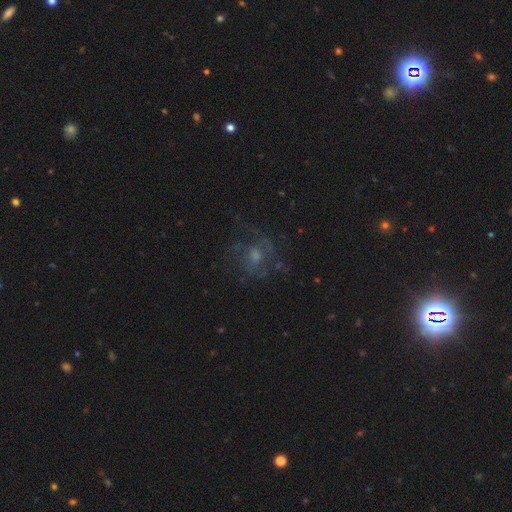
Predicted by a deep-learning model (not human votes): Smooth or featured?
  - featured or disk: 60% *
  - smooth: 25%
  - star or artifact: 15%
Edge-on disk?
  - no: 97% *
  - yes: 3%
Bar?
  - no: 75% *
  - weak: 22%
  - strong: 3%
Spiral arms?
  - yes: 66% *
  - no: 34%
Bulge size?
  - moderate: 50% *
  - small: 28%
  - large: 10%
  - none: 9%
  - dominant: 2%
Merging?
  - none: 59% *
  - major disturbance: 22%
  - minor disturbance: 18%
  - merger: 2%